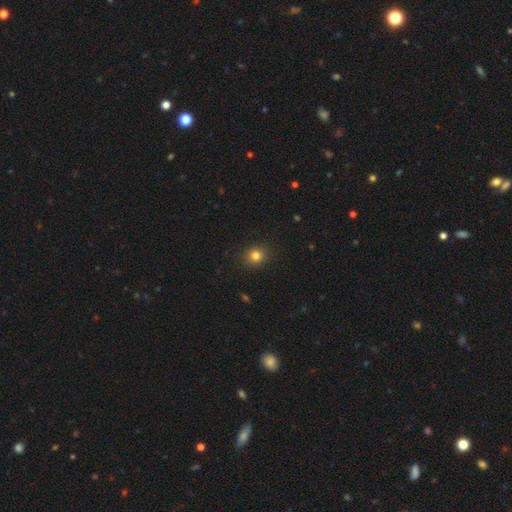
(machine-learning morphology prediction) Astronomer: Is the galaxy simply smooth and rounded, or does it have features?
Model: smooth — 81%.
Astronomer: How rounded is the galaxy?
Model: round — 79%.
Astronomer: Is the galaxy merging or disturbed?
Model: none — 90%.